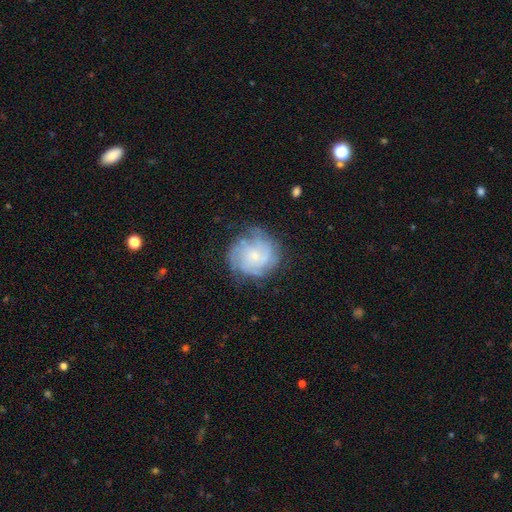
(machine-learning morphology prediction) Smooth or featured? Predicted: featured or disk (p=0.69). Edge-on disk? Predicted: no (p=0.98). Bar? Predicted: no (p=0.78). Spiral arms? Predicted: yes (p=0.88). Spiral winding? Predicted: tight (p=0.59). Spiral arm count? Predicted: can't tell (p=0.40). Bulge size? Predicted: small (p=0.74). Merging? Predicted: none (p=0.69).